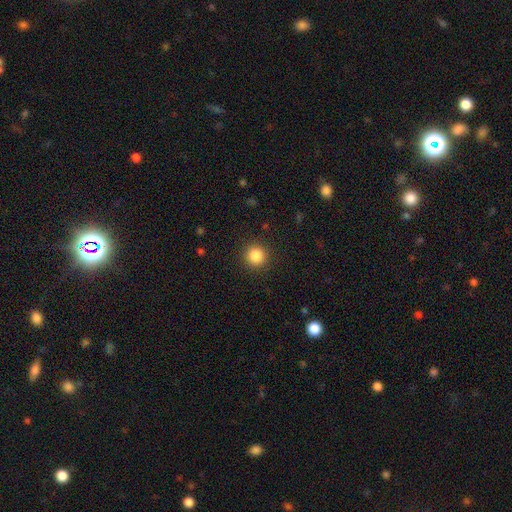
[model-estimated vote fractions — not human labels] Morphology: type=smooth (86%); roundness=round (94%); merging=none (91%).